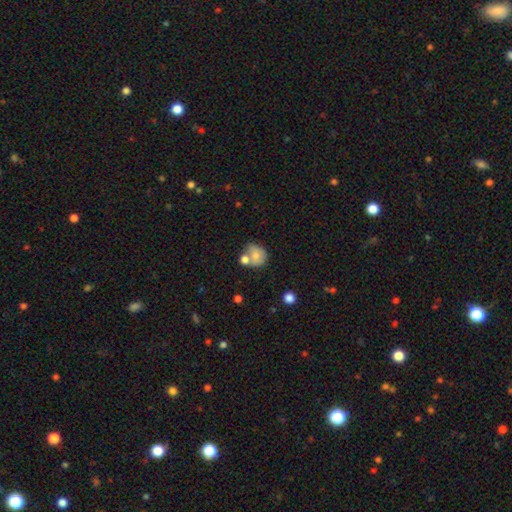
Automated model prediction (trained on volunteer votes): Morphology: type=smooth (73%); roundness=round (67%); merging=none (38%).